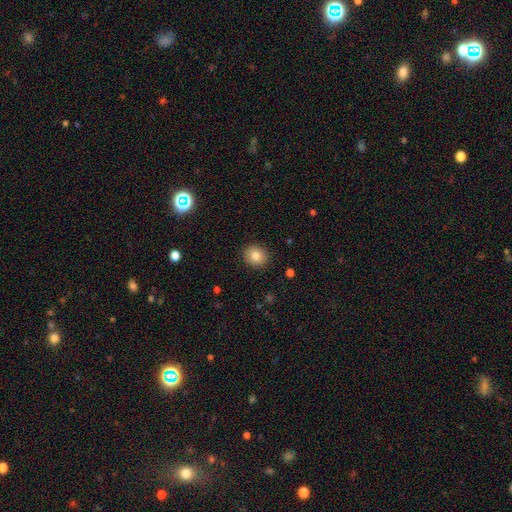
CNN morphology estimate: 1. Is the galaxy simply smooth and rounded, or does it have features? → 81% smooth, 10% star or artifact, 9% featured or disk.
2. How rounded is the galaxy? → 80% round, 19% in between, 1% cigar-shaped.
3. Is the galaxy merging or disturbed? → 90% none, 7% minor disturbance, 2% major disturbance, 1% merger.